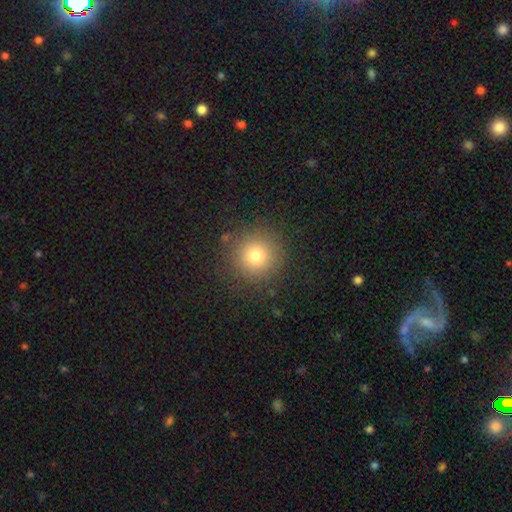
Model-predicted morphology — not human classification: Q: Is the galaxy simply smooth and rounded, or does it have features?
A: smooth — 77%.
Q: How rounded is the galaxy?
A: round — 95%.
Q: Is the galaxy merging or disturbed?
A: none — 88%.